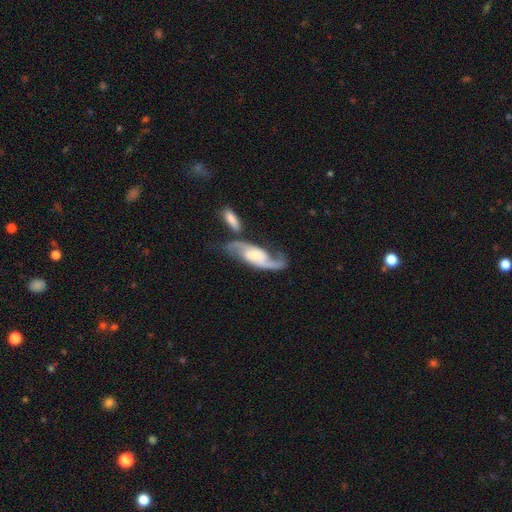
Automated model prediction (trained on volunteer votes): Morphology: type=featured or disk (88%); edge-on=no (93%); bar=no (45%); spiral arms=yes (97%); winding=loose (52%); arm count=2 (91%); bulge=small (48%); merging=none (54%).